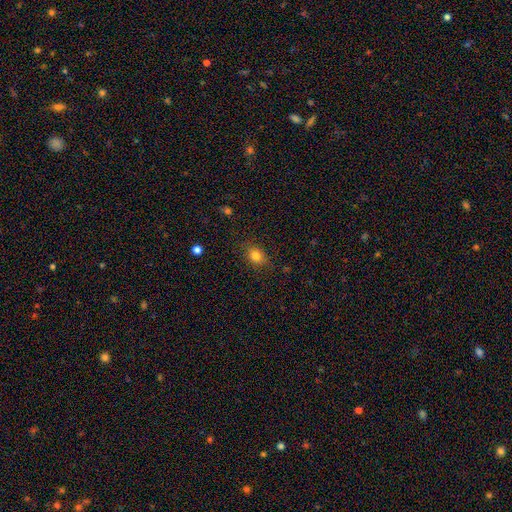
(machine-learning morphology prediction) Smooth or featured? smooth (80%)
How rounded? in between (54%)
Merging? none (82%)